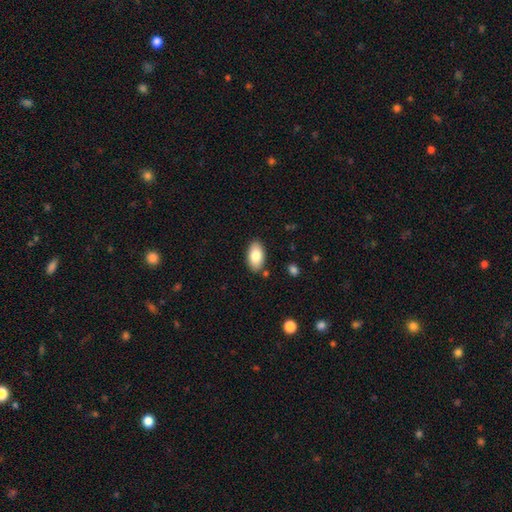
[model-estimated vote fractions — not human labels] Smooth or featured?
  - smooth: 83% *
  - featured or disk: 11%
  - star or artifact: 6%
How rounded?
  - in between: 94% *
  - round: 4%
  - cigar-shaped: 2%
Merging?
  - none: 86% *
  - minor disturbance: 9%
  - merger: 2%
  - major disturbance: 2%